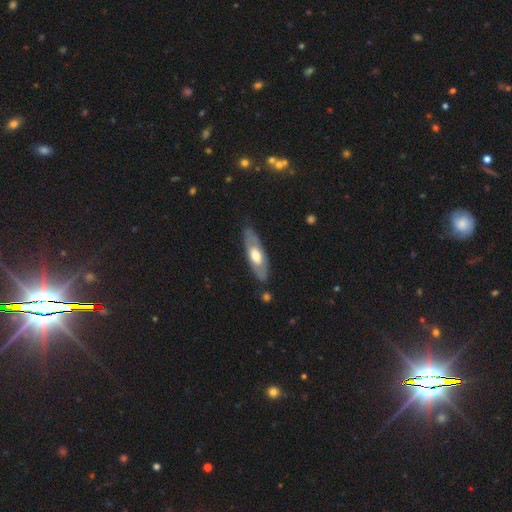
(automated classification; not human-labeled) A featured or disk galaxy (52%).

Vote fractions:
- Smooth or featured? featured or disk: 52% / smooth: 43% / star or artifact: 5%
- Edge-on disk? no: 64% / yes: 36%
- Merging? none: 81% / minor disturbance: 14% / major disturbance: 3% / merger: 2%